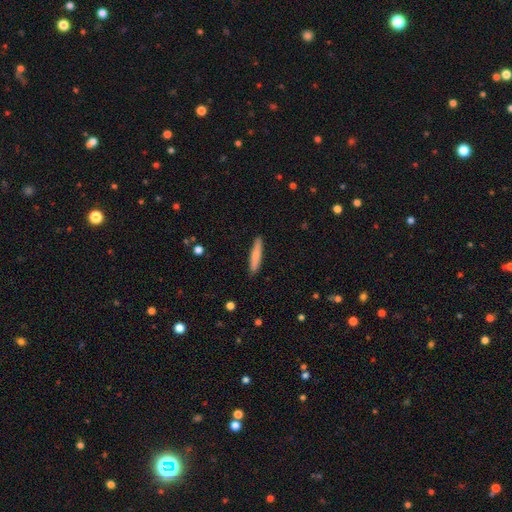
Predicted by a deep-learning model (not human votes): The model was most divided on "smooth or featured": smooth: 76%, featured or disk: 18%, star or artifact: 6%. More confident: how rounded — cigar-shaped (91%); merging — none (89%).